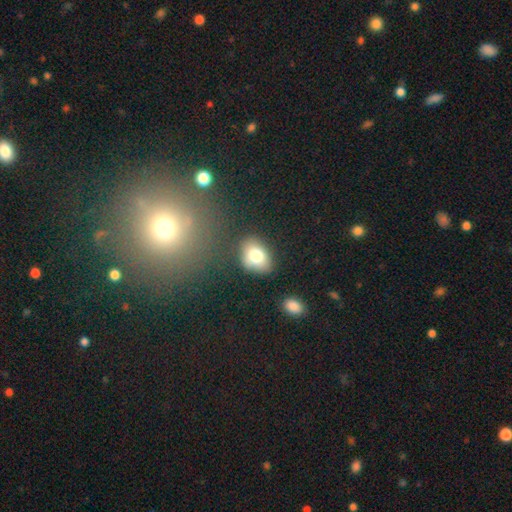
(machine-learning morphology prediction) smooth 77%, featured or disk 13%, star or artifact 10%. Down the decision tree: how rounded — in between (73%); merging — none (72%).